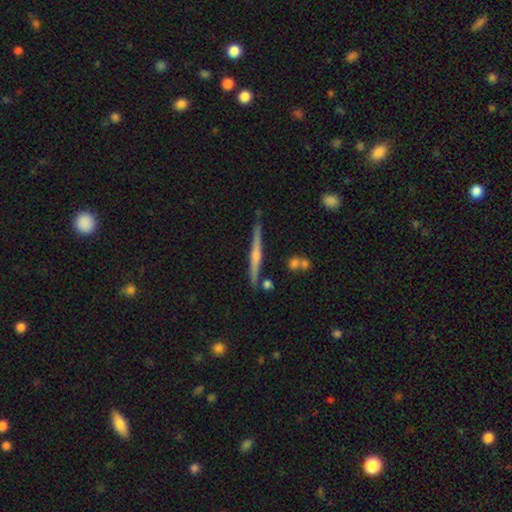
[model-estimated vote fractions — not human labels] Q: Smooth or featured?
A: featured or disk (77%); runner-up: smooth (16%)
Q: Edge-on disk?
A: yes (98%); runner-up: no (2%)
Q: Edge-on bulge?
A: rounded (78%); runner-up: none (14%)
Q: Merging?
A: none (86%); runner-up: minor disturbance (8%)